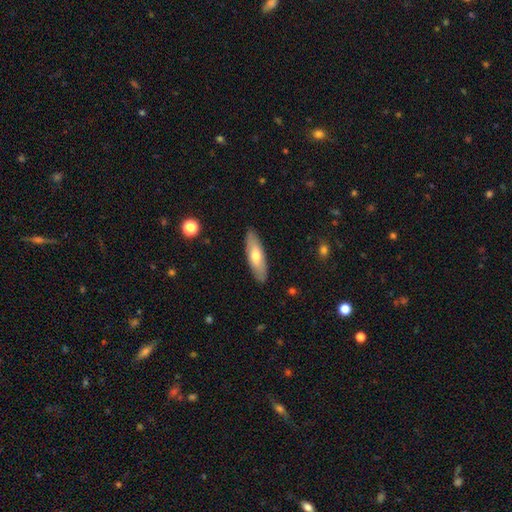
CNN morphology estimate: smooth_or_featured: smooth (p=0.58) [alt: featured or disk p=0.36]
how_rounded: in between (p=0.57) [alt: cigar-shaped p=0.41]
merging: none (p=0.87) [alt: minor disturbance p=0.10]